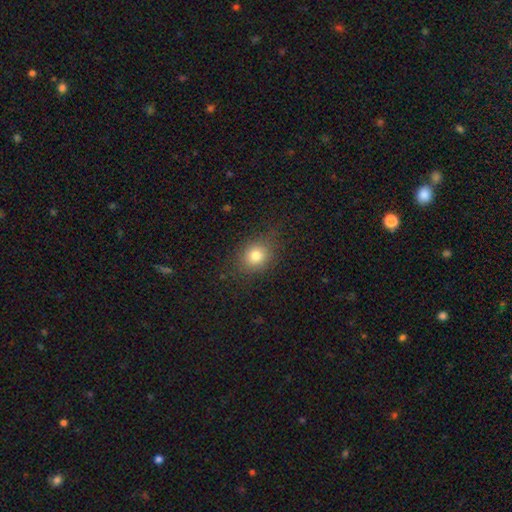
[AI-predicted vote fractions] A smooth galaxy with no disk features (80%) that is round (59%). Merging: none (81%).